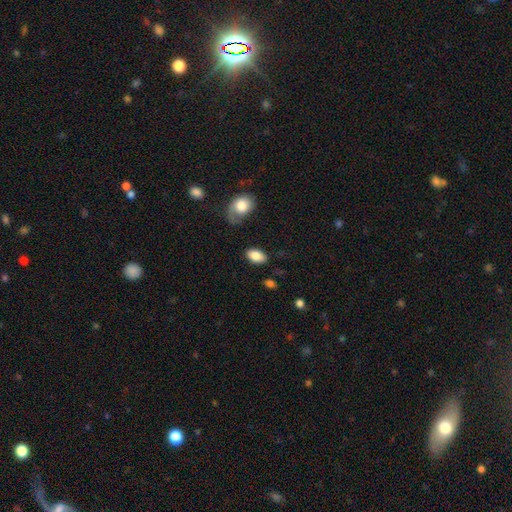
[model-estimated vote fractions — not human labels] smooth 84%, featured or disk 9%, star or artifact 7%. Down the decision tree: how rounded — in between (92%); merging — none (80%).